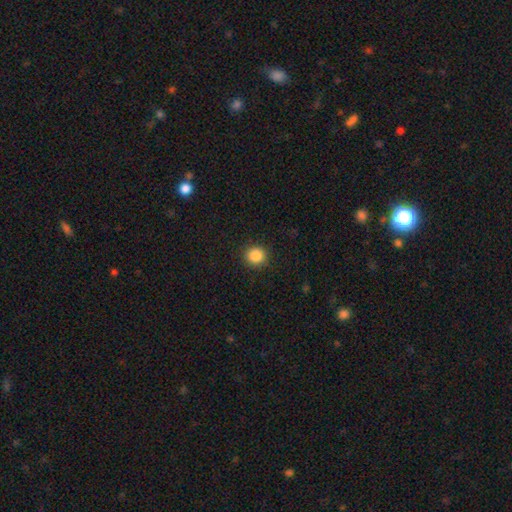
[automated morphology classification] Q: Smooth or featured?
A: smooth (87%); runner-up: star or artifact (10%)
Q: How rounded?
A: round (90%); runner-up: in between (9%)
Q: Merging?
A: none (91%); runner-up: minor disturbance (6%)